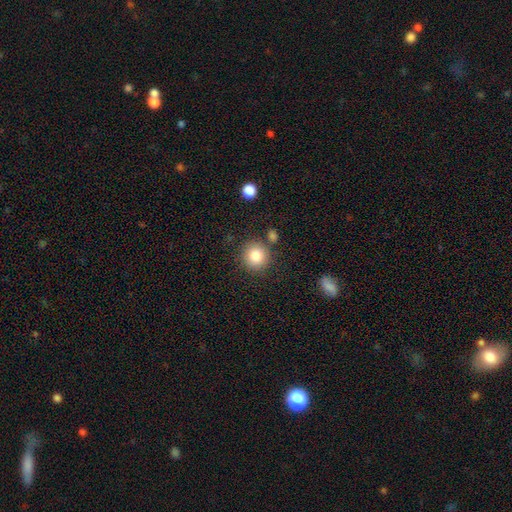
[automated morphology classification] Smooth or featured: smooth — 84% (star or artifact — 9%)
How rounded: round — 92% (in between — 7%)
Merging: none — 82% (minor disturbance — 9%)